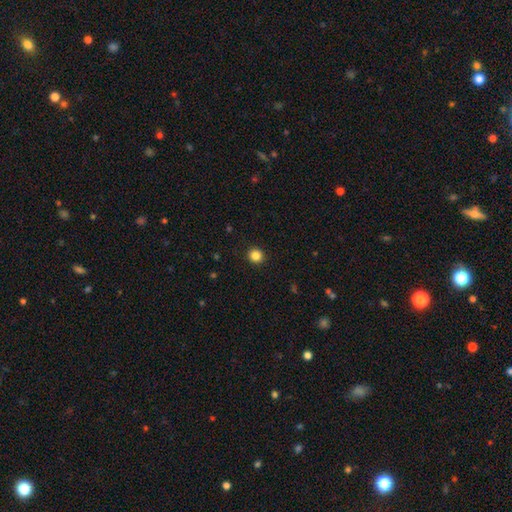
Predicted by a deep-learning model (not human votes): smooth-or-featured: smooth: 85% | star or artifact: 12% | featured or disk: 4%
  how-rounded: round: 93% | in between: 6% | cigar-shaped: 1%
  merging: none: 93% | minor disturbance: 4% | major disturbance: 2% | merger: 1%